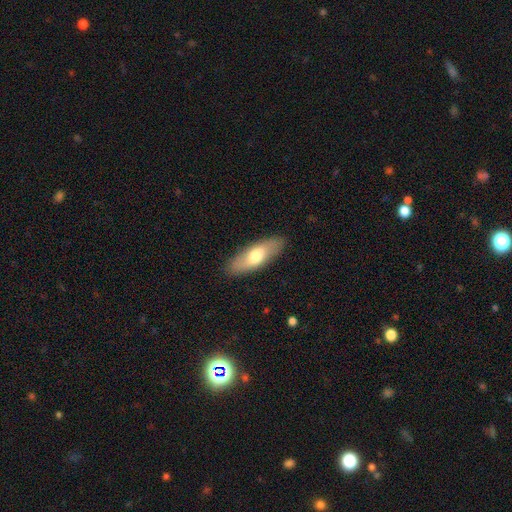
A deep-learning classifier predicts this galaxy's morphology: This appears to be a smooth galaxy with no disk features (66%) that is in between round and cigar-shaped (65%). Merging: none (87%).